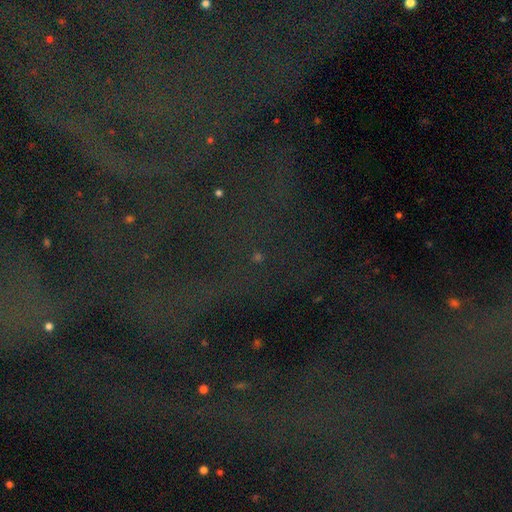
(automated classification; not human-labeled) star or artifact 80%, featured or disk 10%, smooth 10%.